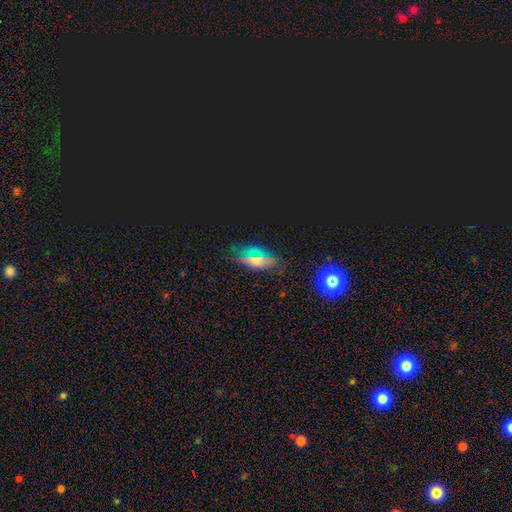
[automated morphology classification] smooth 47%, star or artifact 37%, featured or disk 16%. Down the decision tree: merging — none (81%).